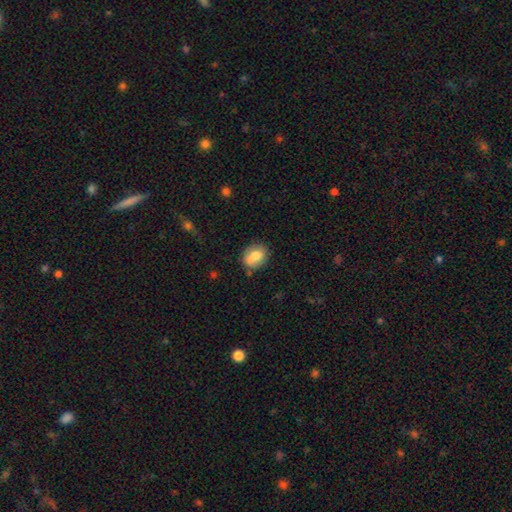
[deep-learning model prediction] Smooth or featured? Predicted: smooth (p=0.75). How rounded? Predicted: in between (p=0.54). Merging? Predicted: none (p=0.71).